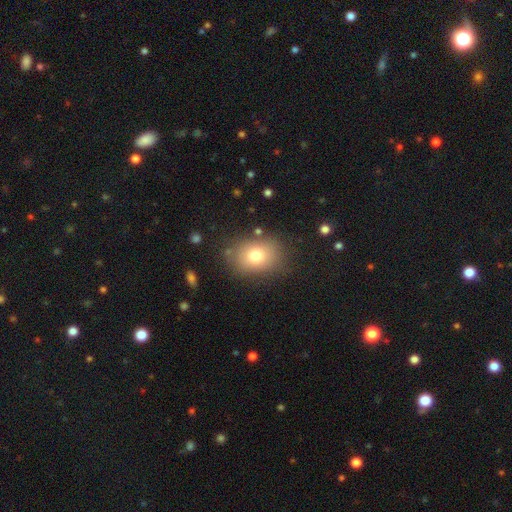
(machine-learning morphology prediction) This appears to be a smooth galaxy with no disk features (76%) that is in between round and cigar-shaped (63%). Merging: none (79%).